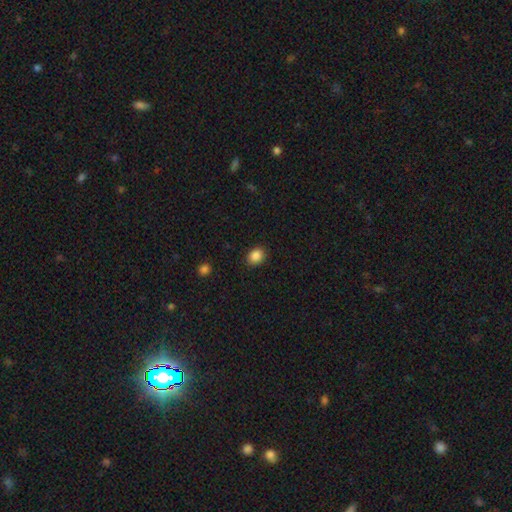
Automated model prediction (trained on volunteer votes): Morphology: type=smooth (87%); roundness=round (51%); merging=none (89%).